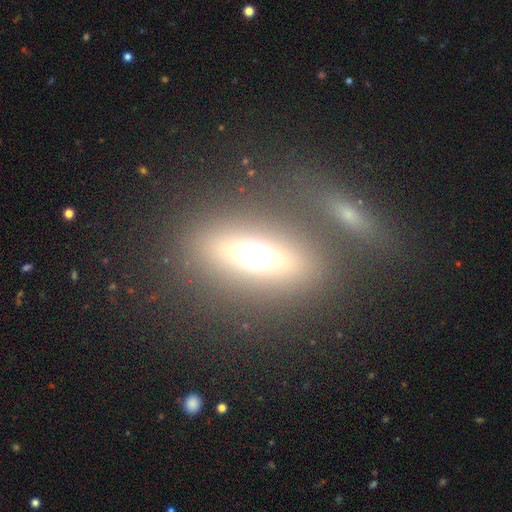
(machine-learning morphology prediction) Overall: smooth (49%; featured or disk 36%). Merging: none (66%).